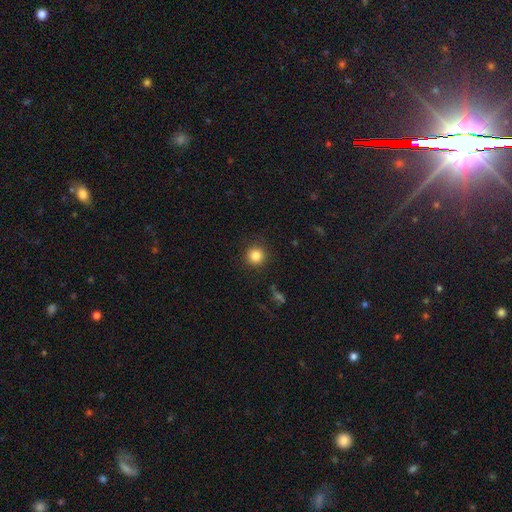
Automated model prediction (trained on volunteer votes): A smooth galaxy with no disk features (84%) that is round (95%). Merging: none (90%).